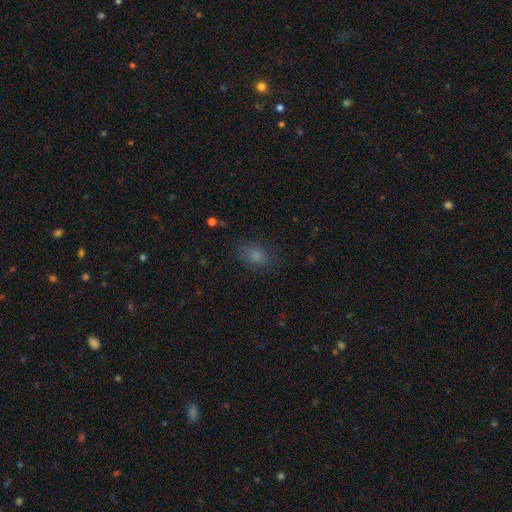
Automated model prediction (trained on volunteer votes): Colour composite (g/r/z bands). It shows a smooth galaxy with no disk features (79%) that is in between round and cigar-shaped (77%). Merging: none (78%).